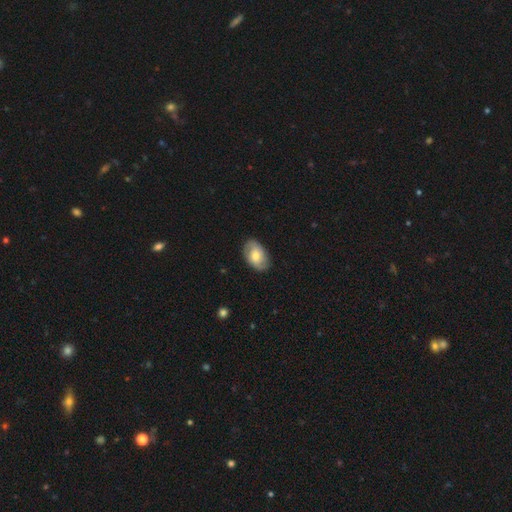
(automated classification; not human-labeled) This appears to be a smooth galaxy with no disk features (52%) that is in between round and cigar-shaped (89%). Merging: none (83%).